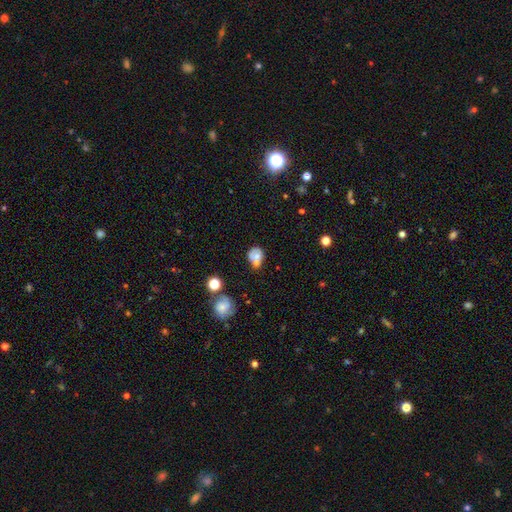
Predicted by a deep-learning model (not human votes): Smooth or featured? smooth (57%)
How rounded? round (54%)
Merging? merger (34%)